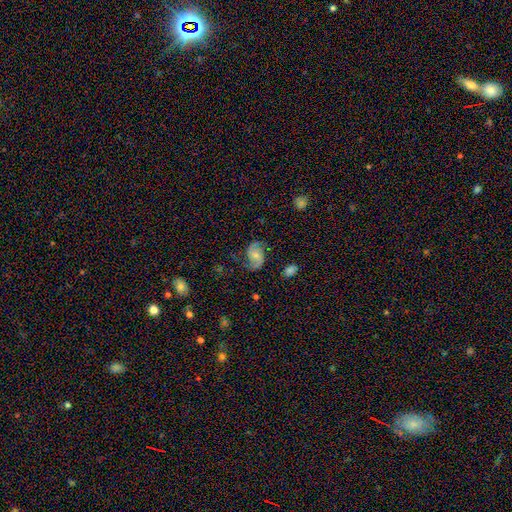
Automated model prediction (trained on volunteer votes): The model was most divided on "spiral winding": medium: 44%, loose: 42%, tight: 13%. Remaining: edge-on disk — no (98%); spiral arms — yes (94%); spiral arm count — 2 (89%); smooth or featured — featured or disk (74%); merging — none (67%); bar — no (53%); bulge size — small (48%).